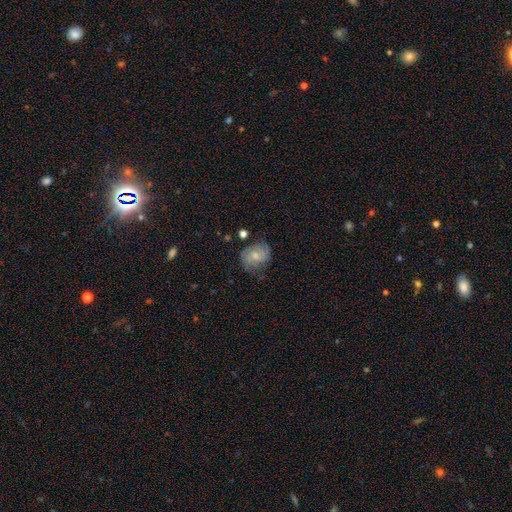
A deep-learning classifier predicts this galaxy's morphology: type=featured or disk (53%); edge-on=no (97%); bar=no (63%); spiral arms=yes (84%); bulge=small (47%); merging=none (62%).